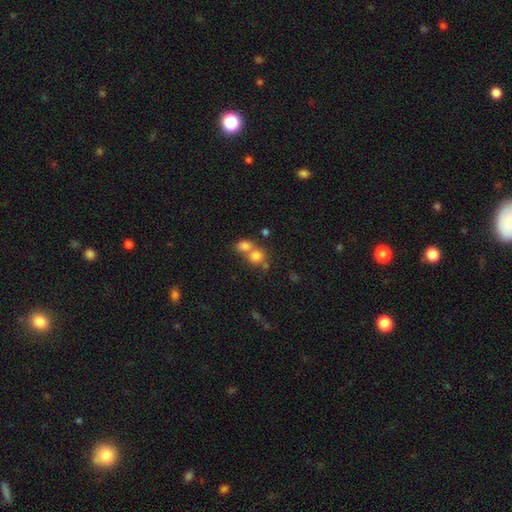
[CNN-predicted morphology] This is likely a smooth galaxy (78%). How rounded: likely round (69%). Merging: possibly merger (54%).